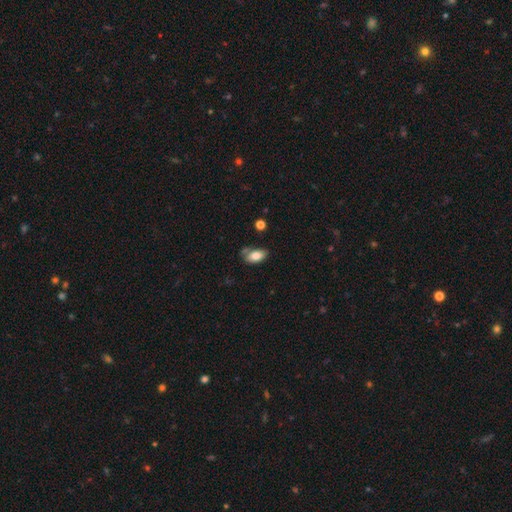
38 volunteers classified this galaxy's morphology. smooth_or_featured: smooth (p=0.89) [alt: featured or disk p=0.11]
how_rounded: in between (p=0.91) [alt: cigar-shaped p=0.06]
merging: none (p=0.61) [alt: minor disturbance p=0.18]